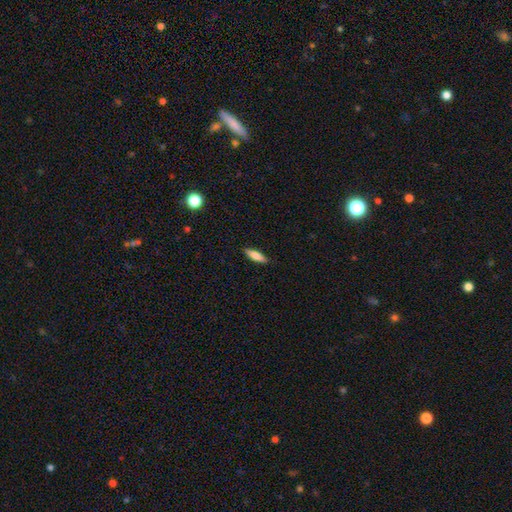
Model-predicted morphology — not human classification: A smooth galaxy with no disk features (73%) that is cigar-shaped (60%). Merging: none (89%).